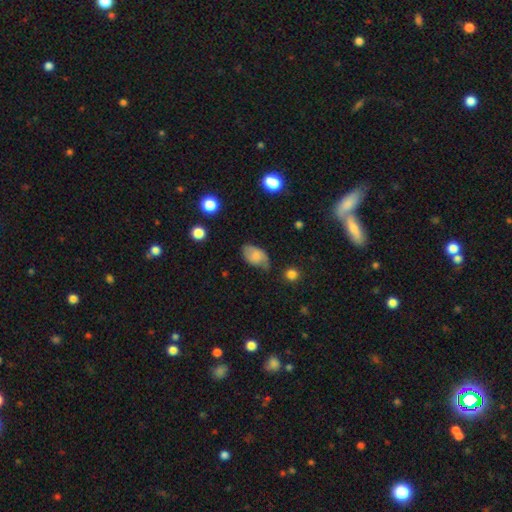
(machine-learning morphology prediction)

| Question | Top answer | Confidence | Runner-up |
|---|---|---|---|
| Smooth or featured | smooth | 69% | featured or disk (23%) |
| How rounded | in between | 91% | round (8%) |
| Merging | none | 51% | minor disturbance (35%) |